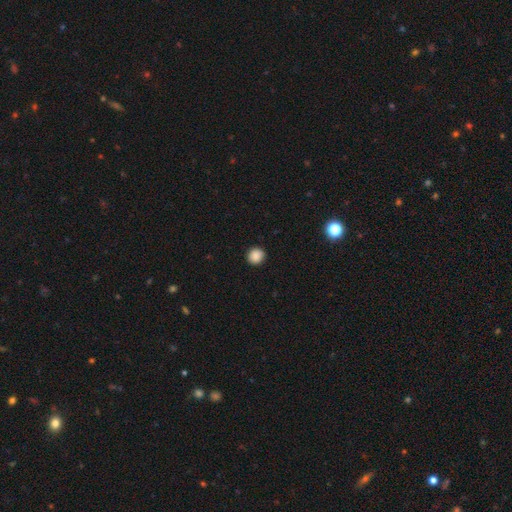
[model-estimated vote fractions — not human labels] smooth_or_featured: smooth (p=0.87) [alt: star or artifact p=0.09]
how_rounded: round (p=0.92) [alt: in between p=0.07]
merging: none (p=0.91) [alt: minor disturbance p=0.07]